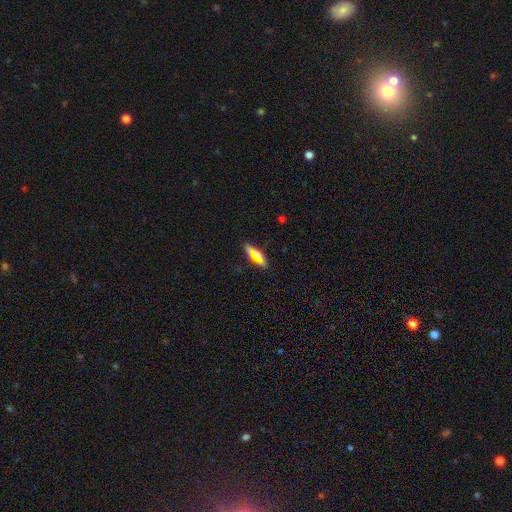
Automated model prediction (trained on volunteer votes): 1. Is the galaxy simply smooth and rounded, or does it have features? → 51% smooth, 33% featured or disk, 16% star or artifact.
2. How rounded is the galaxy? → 74% in between, 20% cigar-shaped, 5% round.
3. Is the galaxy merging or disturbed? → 81% none, 13% minor disturbance, 4% major disturbance, 3% merger.